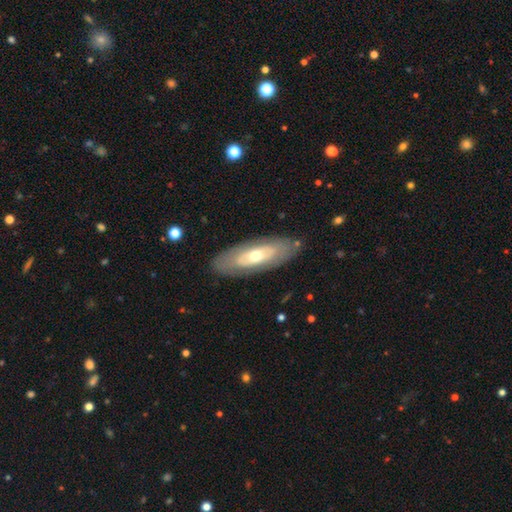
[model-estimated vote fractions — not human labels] Morphology: type=featured or disk (56%); edge-on=no (77%); merging=none (83%).